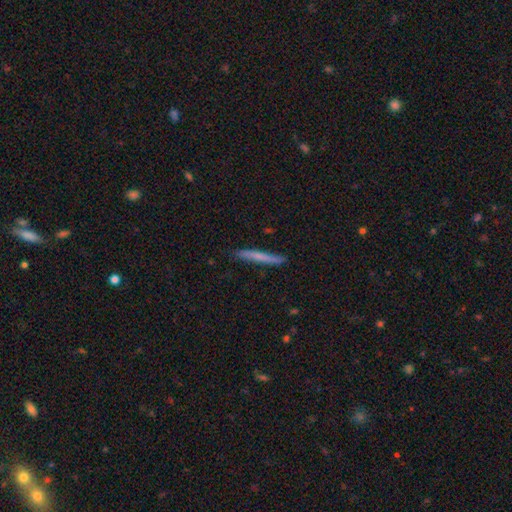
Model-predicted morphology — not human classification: Smooth or featured? Predicted: smooth (p=0.56). How rounded? Predicted: cigar-shaped (p=0.96). Merging? Predicted: none (p=0.88).